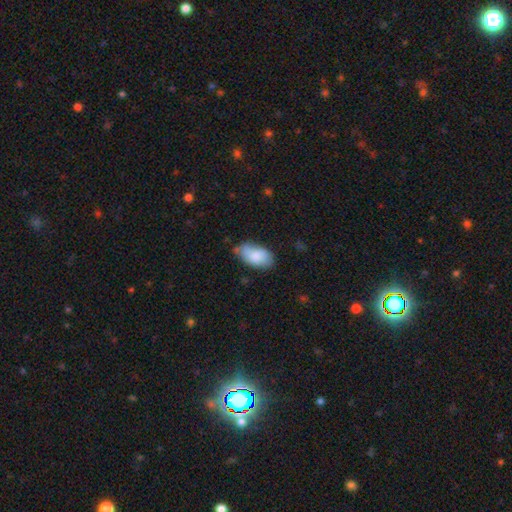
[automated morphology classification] Q: Smooth or featured?
A: smooth (82%); runner-up: featured or disk (12%)
Q: How rounded?
A: in between (94%); runner-up: round (4%)
Q: Merging?
A: none (61%); runner-up: minor disturbance (29%)